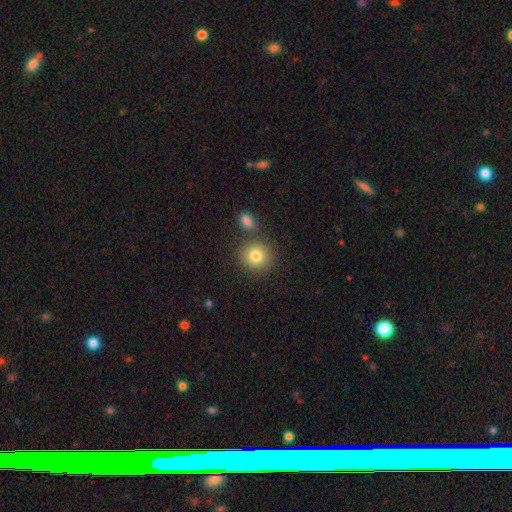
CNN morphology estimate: Q: Smooth or featured?
A: smooth (81%); runner-up: star or artifact (10%)
Q: How rounded?
A: round (89%); runner-up: in between (10%)
Q: Merging?
A: none (77%); runner-up: merger (11%)